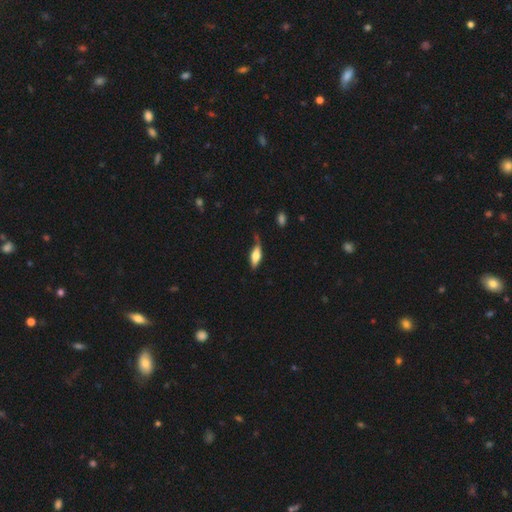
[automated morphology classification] Smooth or featured? Predicted: smooth (p=0.62). How rounded? Predicted: in between (p=0.64). Merging? Predicted: none (p=0.58).